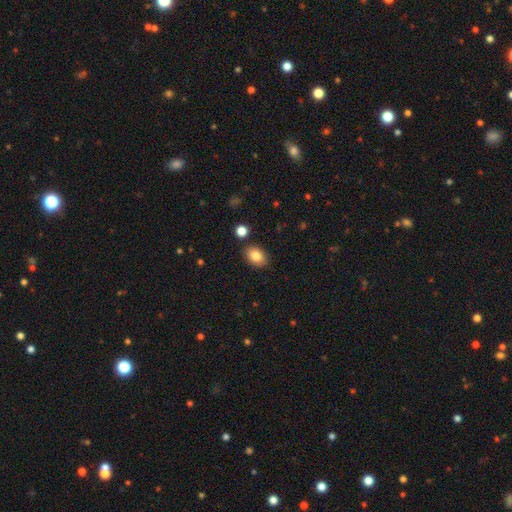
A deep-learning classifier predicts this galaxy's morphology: Smooth or featured?
  - smooth: 84% *
  - star or artifact: 8%
  - featured or disk: 8%
How rounded?
  - in between: 78% *
  - round: 21%
  - cigar-shaped: 1%
Merging?
  - none: 85% *
  - minor disturbance: 10%
  - merger: 4%
  - major disturbance: 2%